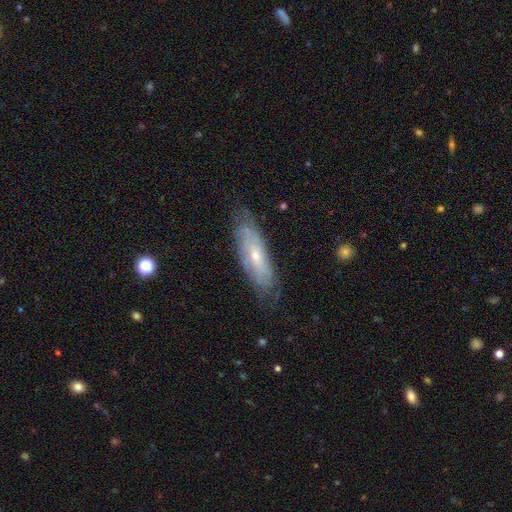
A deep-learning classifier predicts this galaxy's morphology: featured or disk 64%, smooth 29%, star or artifact 7%. Down the decision tree: edge-on disk — no (71%); merging — none (71%).